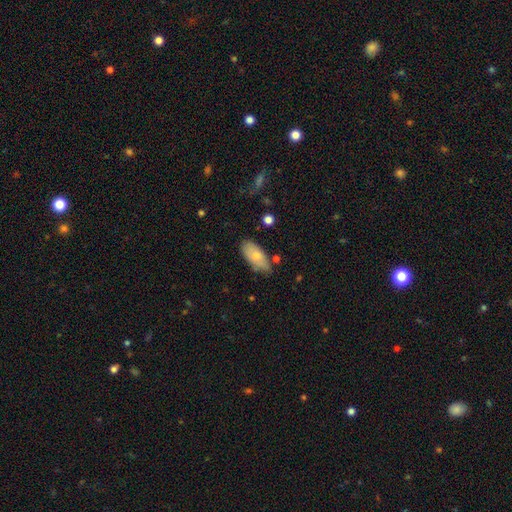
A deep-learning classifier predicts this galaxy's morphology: Smooth or featured? Predicted: smooth (p=0.77). How rounded? Predicted: in between (p=0.90). Merging? Predicted: none (p=0.71).